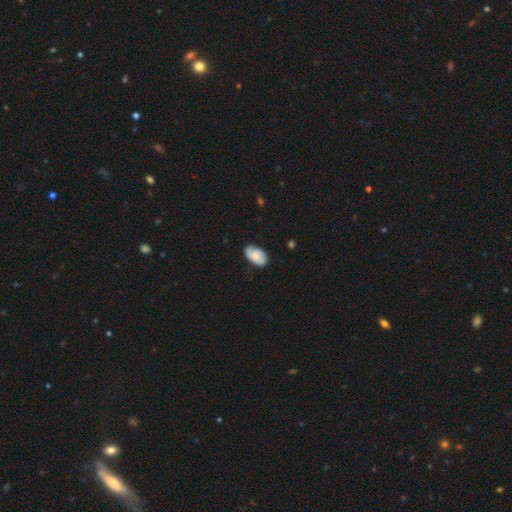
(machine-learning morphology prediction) Smooth or featured? smooth (60%)
How rounded? in between (92%)
Merging? none (69%)